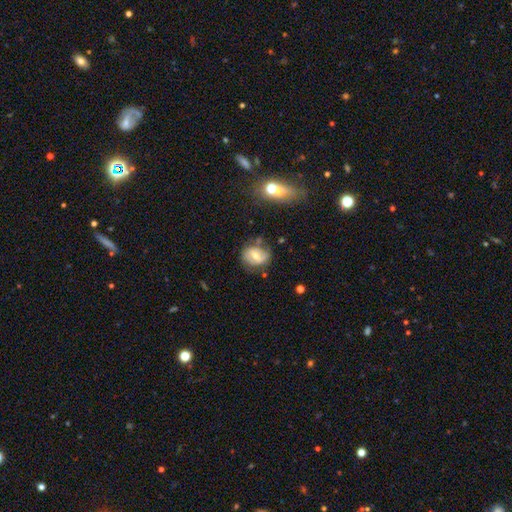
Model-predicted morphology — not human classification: Q: Smooth or featured?
A: featured or disk (48%); runner-up: smooth (42%)
Q: Merging?
A: none (59%); runner-up: minor disturbance (25%)